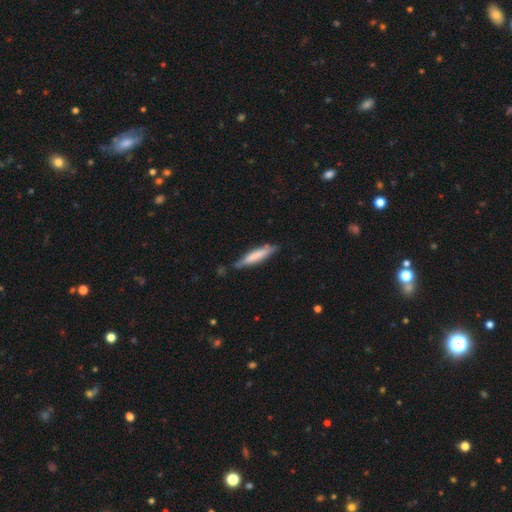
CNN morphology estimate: Smooth or featured: smooth — 66% (featured or disk — 29%)
How rounded: cigar-shaped — 87% (in between — 11%)
Merging: none — 73% (minor disturbance — 21%)